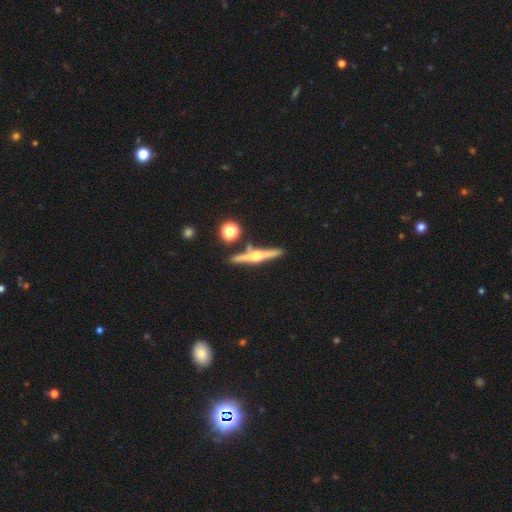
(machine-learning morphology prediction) Smooth or featured?
  - featured or disk: 78% *
  - smooth: 15%
  - star or artifact: 7%
Edge-on disk?
  - yes: 98% *
  - no: 2%
Edge-on bulge?
  - rounded: 94% *
  - boxy: 3%
  - none: 2%
Merging?
  - none: 85% *
  - minor disturbance: 7%
  - merger: 6%
  - major disturbance: 2%